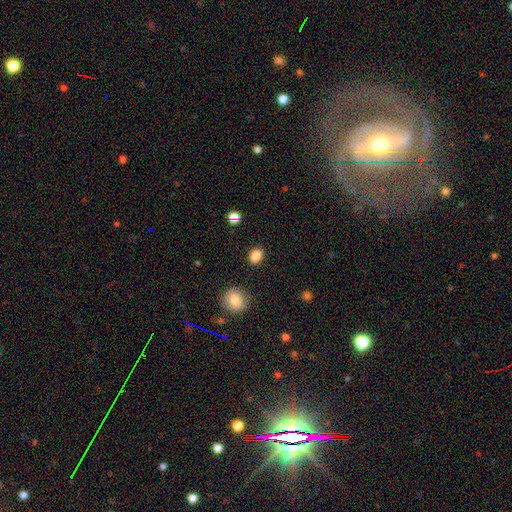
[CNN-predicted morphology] Smooth or featured? smooth (86%)
How rounded? in between (57%)
Merging? none (88%)